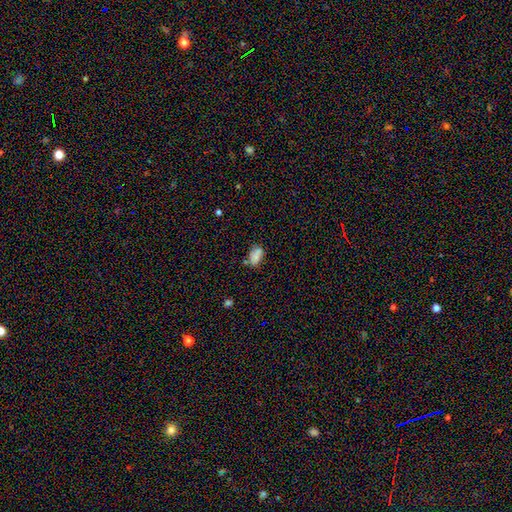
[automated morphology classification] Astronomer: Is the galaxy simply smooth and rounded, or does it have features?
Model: smooth — 79%.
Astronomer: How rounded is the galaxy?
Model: in between — 90%.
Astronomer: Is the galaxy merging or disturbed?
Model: none — 69%.